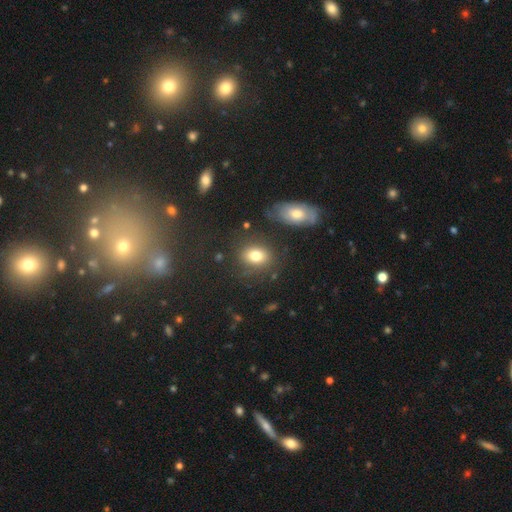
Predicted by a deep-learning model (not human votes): This appears to be a smooth galaxy with no disk features (78%) that is in between round and cigar-shaped (64%). Merging: none (75%).